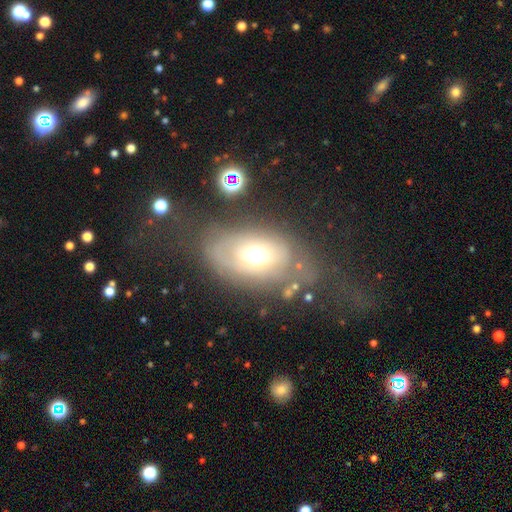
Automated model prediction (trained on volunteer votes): smooth_or_featured: smooth (p=0.46) [alt: featured or disk p=0.42]
merging: none (p=0.48) [alt: major disturbance p=0.24]